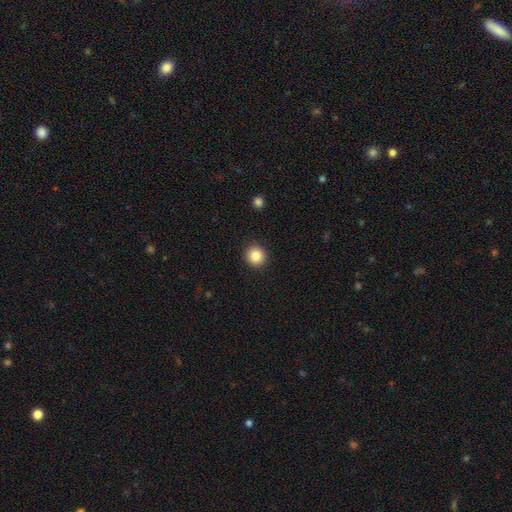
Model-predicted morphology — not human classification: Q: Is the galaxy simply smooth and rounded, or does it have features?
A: smooth — 84%.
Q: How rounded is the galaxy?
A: round — 93%.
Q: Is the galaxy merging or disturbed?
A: none — 93%.